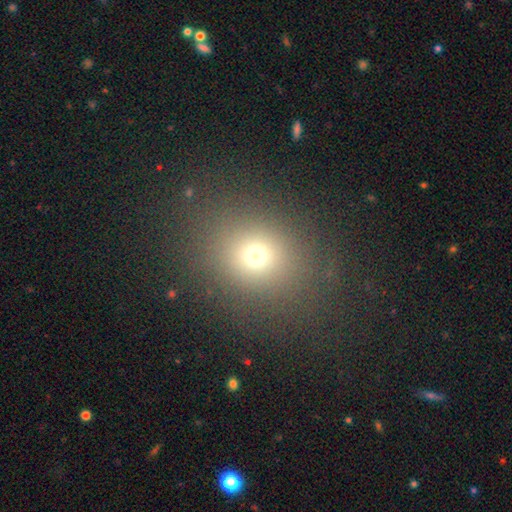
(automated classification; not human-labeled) smooth_or_featured: smooth (p=0.69) [alt: star or artifact p=0.21]
how_rounded: round (p=0.68) [alt: in between p=0.31]
merging: none (p=0.83) [alt: minor disturbance p=0.09]